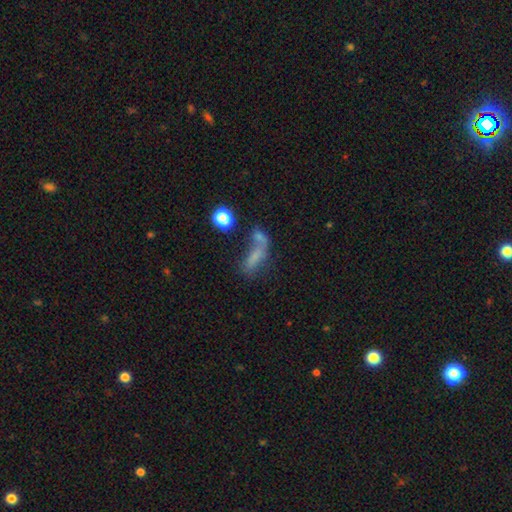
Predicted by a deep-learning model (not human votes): This is possibly a smooth galaxy (60%). How rounded: possibly in between (51%). Merging: marginally merger (35%).